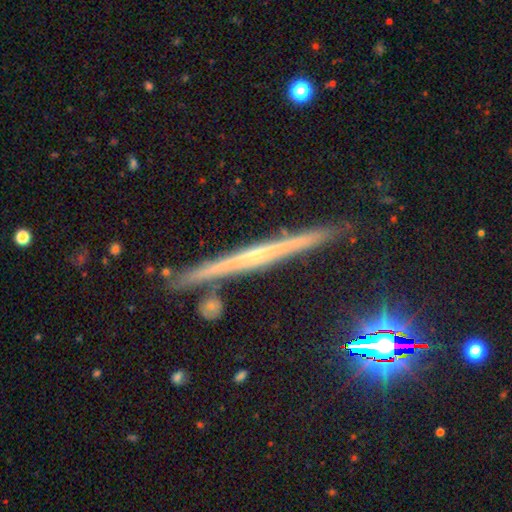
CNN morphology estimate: Q: Smooth or featured?
A: featured or disk (70%); runner-up: smooth (17%)
Q: Edge-on disk?
A: yes (98%); runner-up: no (2%)
Q: Edge-on bulge?
A: none (54%); runner-up: rounded (39%)
Q: Merging?
A: none (87%); runner-up: minor disturbance (9%)